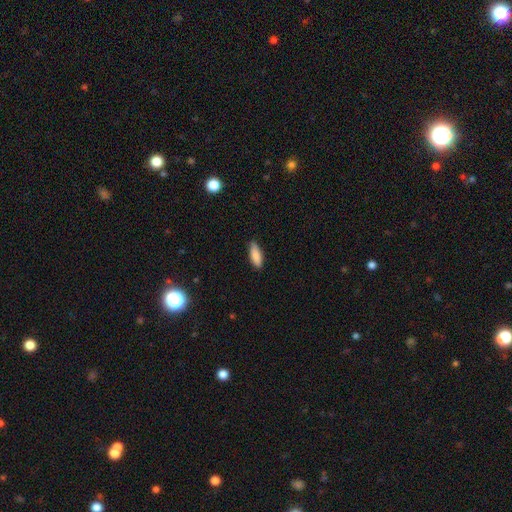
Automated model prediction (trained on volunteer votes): smooth_or_featured: smooth (p=0.87) [alt: featured or disk p=0.07]
how_rounded: in between (p=0.68) [alt: cigar-shaped p=0.30]
merging: none (p=0.84) [alt: minor disturbance p=0.12]